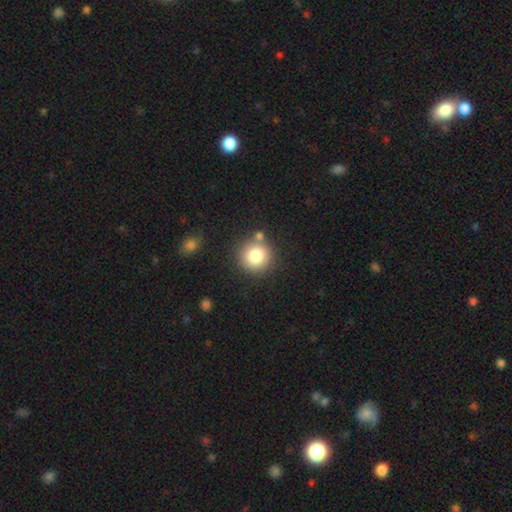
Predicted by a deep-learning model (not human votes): Smooth or featured?
  - smooth: 80% *
  - star or artifact: 10%
  - featured or disk: 9%
How rounded?
  - round: 93% *
  - in between: 6%
  - cigar-shaped: 1%
Merging?
  - none: 79% *
  - merger: 9%
  - minor disturbance: 9%
  - major disturbance: 3%